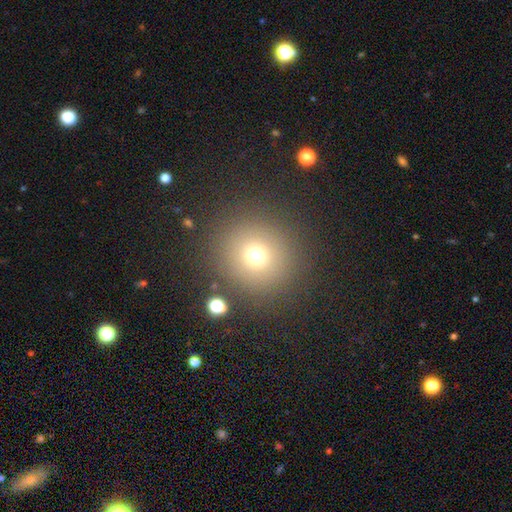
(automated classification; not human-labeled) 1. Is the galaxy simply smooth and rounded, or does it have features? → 71% smooth, 19% star or artifact, 10% featured or disk.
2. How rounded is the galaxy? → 93% round, 6% in between, 1% cigar-shaped.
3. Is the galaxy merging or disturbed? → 86% none, 7% minor disturbance, 4% major disturbance, 3% merger.